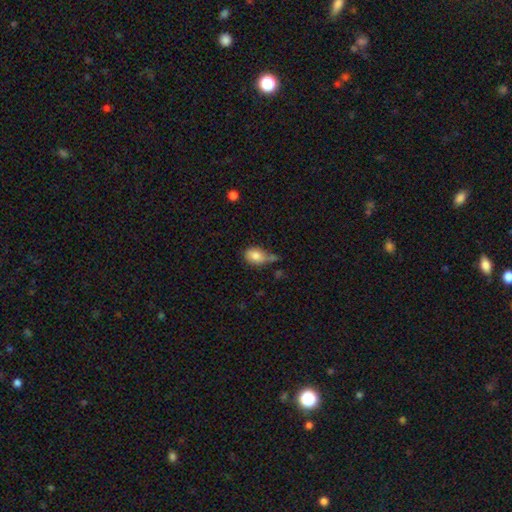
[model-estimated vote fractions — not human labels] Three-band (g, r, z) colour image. It shows a smooth galaxy with no disk features (81%) that is in between round and cigar-shaped (71%). Merging: none (40%).